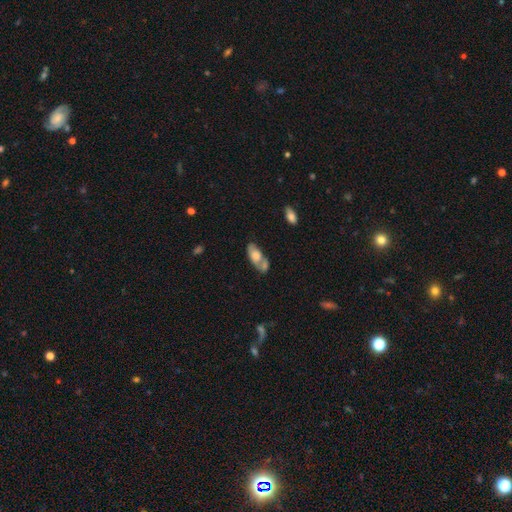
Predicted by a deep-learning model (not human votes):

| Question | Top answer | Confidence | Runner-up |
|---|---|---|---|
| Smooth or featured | smooth | 62% | featured or disk (31%) |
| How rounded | in between | 86% | cigar-shaped (11%) |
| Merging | merger | 36% | tied: none (36%) |